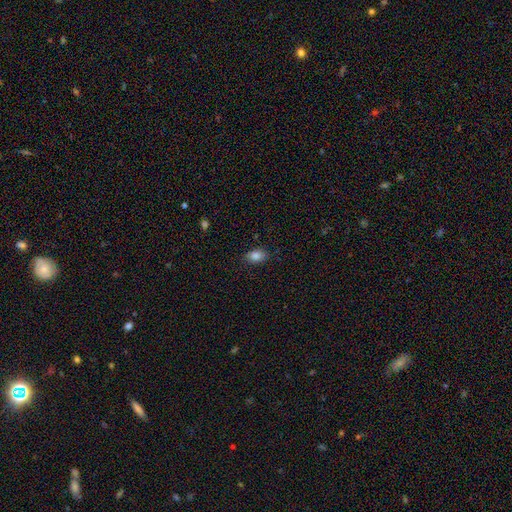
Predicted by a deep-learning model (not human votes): Smooth or featured?
  - smooth: 85% *
  - star or artifact: 9%
  - featured or disk: 6%
How rounded?
  - in between: 84% *
  - round: 14%
  - cigar-shaped: 2%
Merging?
  - none: 83% *
  - minor disturbance: 13%
  - major disturbance: 3%
  - merger: 1%